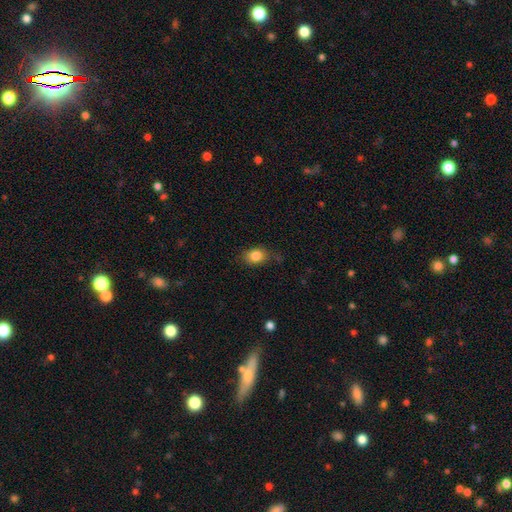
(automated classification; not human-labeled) Smooth or featured? smooth (84%)
How rounded? in between (62%)
Merging? none (74%)